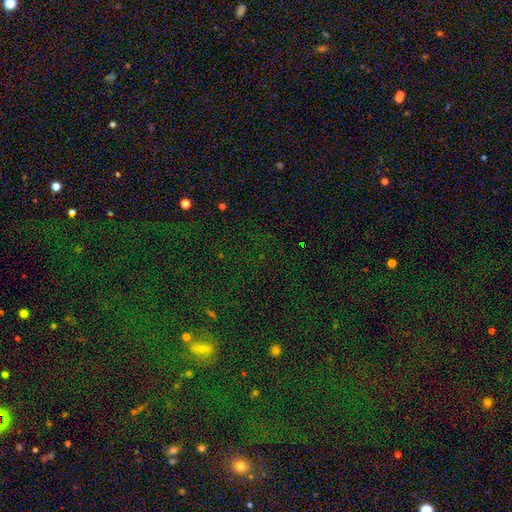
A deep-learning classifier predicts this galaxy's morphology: This is likely a star or artifact rather than a galaxy (78%).